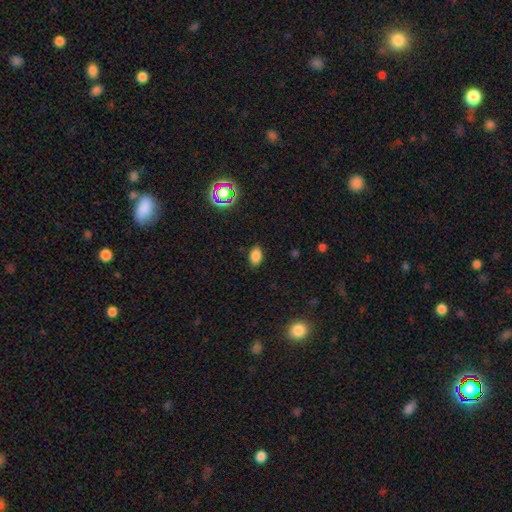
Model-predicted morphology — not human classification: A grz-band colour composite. It shows a smooth galaxy with no disk features (82%) that is in between round and cigar-shaped (87%). Merging: none (85%).